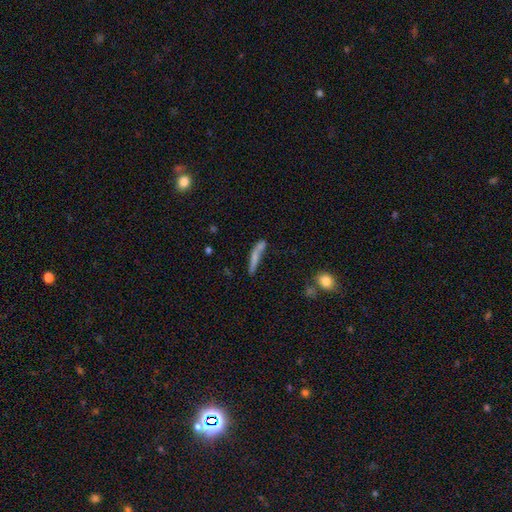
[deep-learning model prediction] This is possibly a smooth galaxy (58%). How rounded: clearly cigar-shaped (89%). Merging: possibly none (54%).